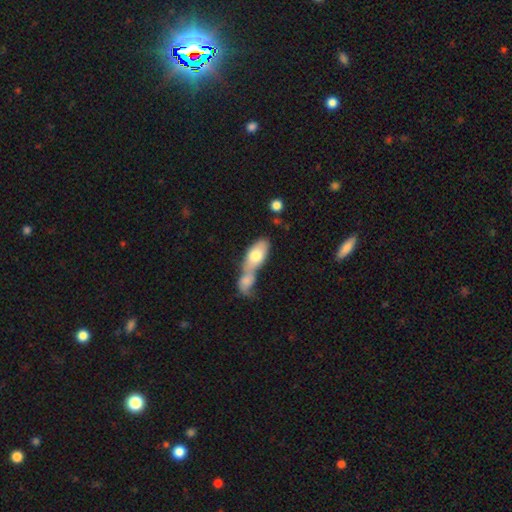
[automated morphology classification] smooth-or-featured: smooth: 71% | featured or disk: 24% | star or artifact: 6%
  how-rounded: in between: 82% | cigar-shaped: 13% | round: 6%
  merging: merger: 74% | none: 14% | minor disturbance: 6% | major disturbance: 6%